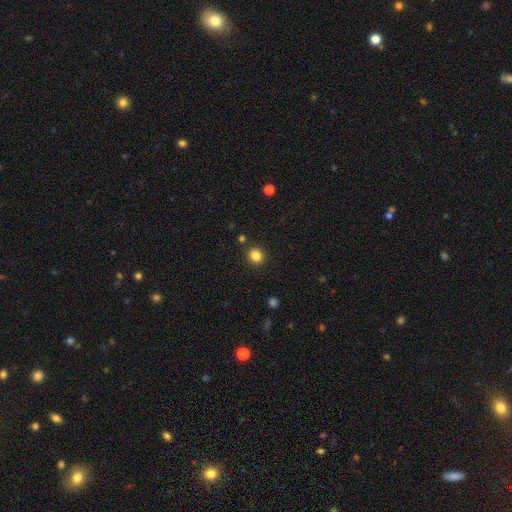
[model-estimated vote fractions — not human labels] This appears to be a smooth galaxy with no disk features (84%) that is round (87%). Merging: none (89%).